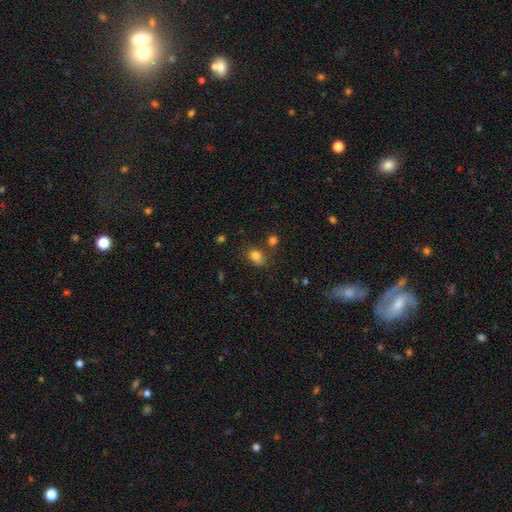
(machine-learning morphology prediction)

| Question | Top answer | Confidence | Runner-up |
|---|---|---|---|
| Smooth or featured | smooth | 81% | star or artifact (11%) |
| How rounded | in between | 76% | round (22%) |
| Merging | none | 66% | minor disturbance (18%) |